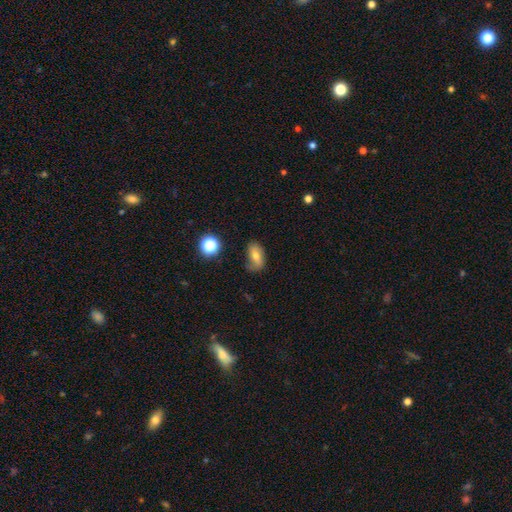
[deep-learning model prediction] Smooth or featured? Predicted: smooth (p=0.58). How rounded? Predicted: in between (p=0.85). Merging? Predicted: none (p=0.56).